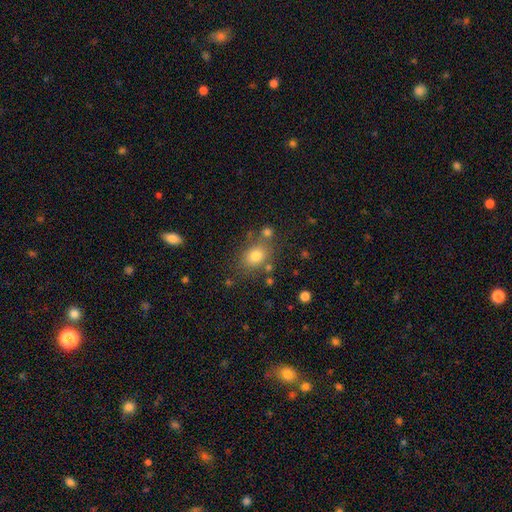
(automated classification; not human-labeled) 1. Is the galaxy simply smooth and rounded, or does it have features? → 77% smooth, 13% star or artifact, 10% featured or disk.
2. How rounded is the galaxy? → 54% in between, 45% round, 1% cigar-shaped.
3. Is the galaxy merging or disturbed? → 70% none, 14% minor disturbance, 10% merger, 5% major disturbance.